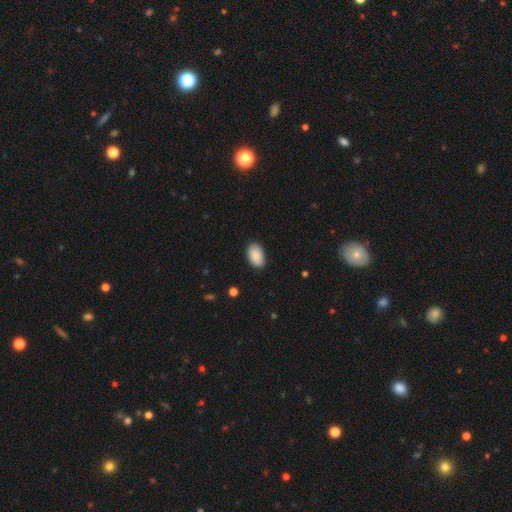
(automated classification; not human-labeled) A smooth galaxy with no disk features (90%) that is in between round and cigar-shaped (94%).

Vote fractions:
- Smooth or featured? smooth: 90% / star or artifact: 6% / featured or disk: 4%
- How rounded? in between: 94% / round: 5% / cigar-shaped: 1%
- Merging? none: 87% / minor disturbance: 10% / major disturbance: 2% / merger: 1%